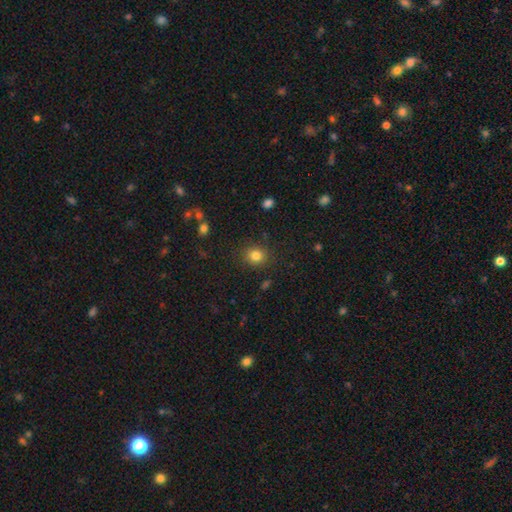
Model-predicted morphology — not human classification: Smooth or featured? smooth (82%)
How rounded? round (79%)
Merging? none (86%)